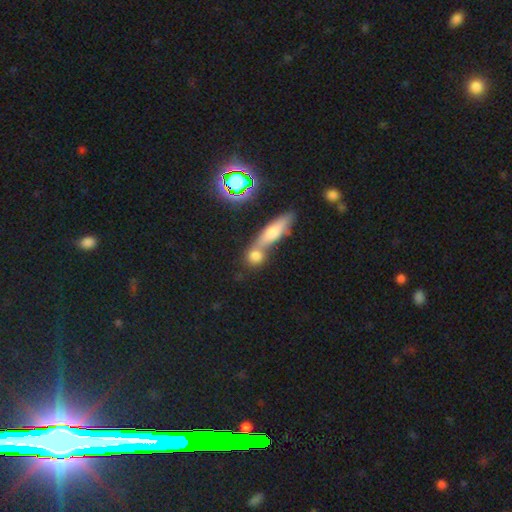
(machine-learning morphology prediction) This is likely a smooth galaxy (70%). How rounded: possibly round (58%). Merging: marginally none (44%).